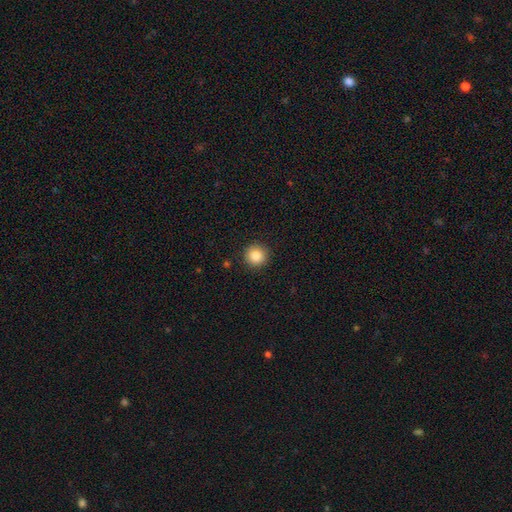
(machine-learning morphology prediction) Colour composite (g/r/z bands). It shows a smooth galaxy with no disk features (86%) that is round (95%). Merging: none (91%).